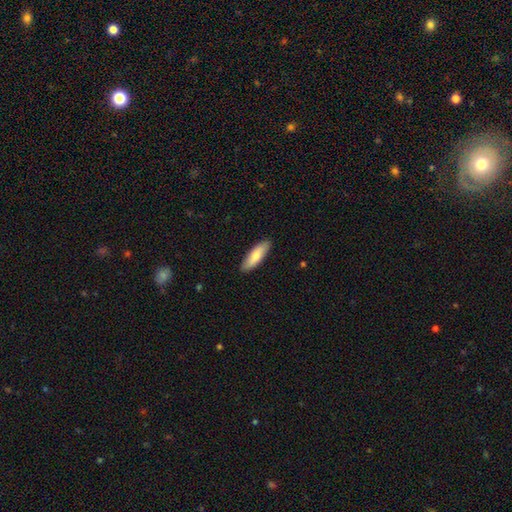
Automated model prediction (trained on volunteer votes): A smooth galaxy with no disk features (77%) that is cigar-shaped (52%).

Vote fractions:
- Smooth or featured? smooth: 77% / featured or disk: 18% / star or artifact: 5%
- How rounded? cigar-shaped: 52% / in between: 46% / round: 2%
- Merging? none: 89% / minor disturbance: 9% / major disturbance: 2% / merger: 1%